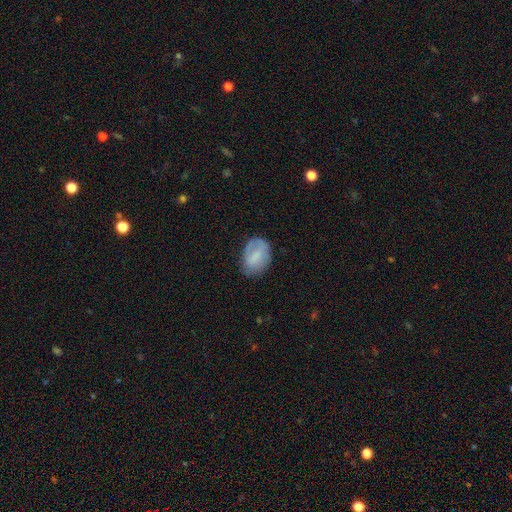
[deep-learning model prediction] Smooth or featured? Predicted: smooth (p=0.66). How rounded? Predicted: in between (p=0.78). Merging? Predicted: none (p=0.62).